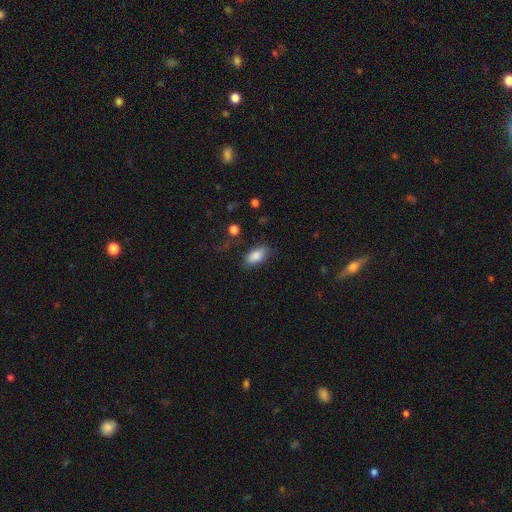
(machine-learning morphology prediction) smooth_or_featured: smooth (p=0.85) [alt: featured or disk p=0.08]
how_rounded: in between (p=0.91) [alt: cigar-shaped p=0.06]
merging: none (p=0.81) [alt: minor disturbance p=0.13]